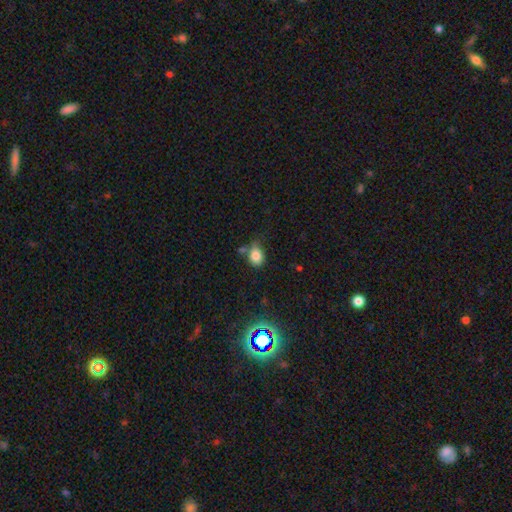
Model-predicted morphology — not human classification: Smooth or featured? smooth (81%)
How rounded? in between (65%)
Merging? none (54%)